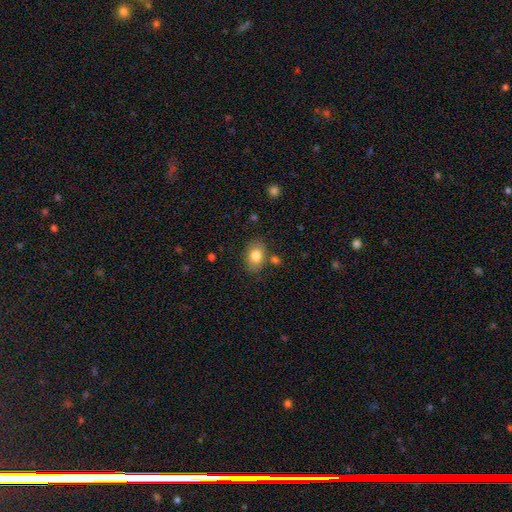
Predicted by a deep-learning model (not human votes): This appears to be a smooth galaxy with no disk features (80%) that is in between round and cigar-shaped (75%). Merging: none (78%).